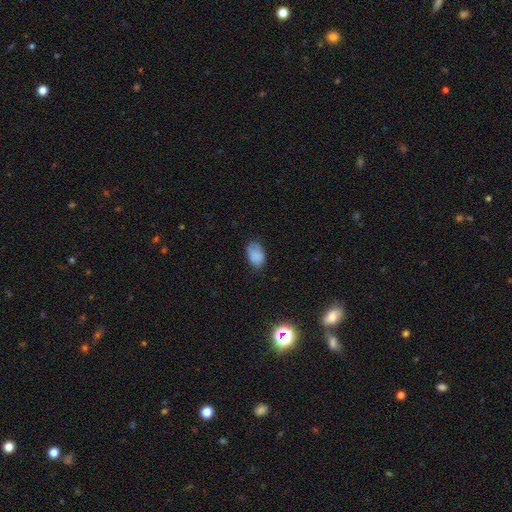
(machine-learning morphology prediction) A smooth galaxy with no disk features (84%) that is in between round and cigar-shaped (88%).

Vote fractions:
- Smooth or featured? smooth: 84% / star or artifact: 10% / featured or disk: 7%
- How rounded? in between: 88% / round: 10% / cigar-shaped: 1%
- Merging? none: 68% / minor disturbance: 25% / major disturbance: 6% / merger: 1%